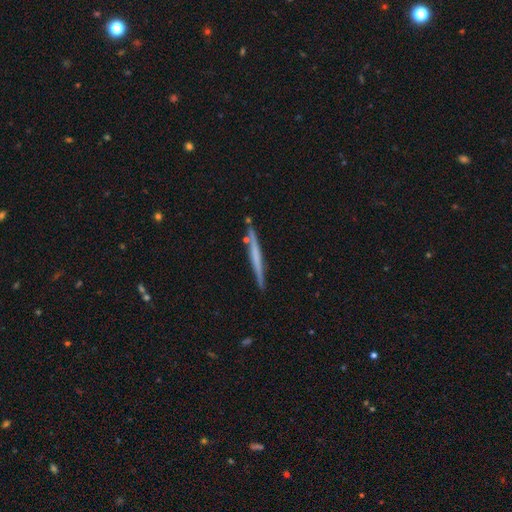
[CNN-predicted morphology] smooth-or-featured: featured or disk: 53% | smooth: 41% | star or artifact: 6%
  disk-edge-on: yes: 97% | no: 3%
    edge-on-bulge: none: 79% | rounded: 13% | boxy: 8%
  merging: none: 86% | minor disturbance: 9% | merger: 3% | major disturbance: 2%